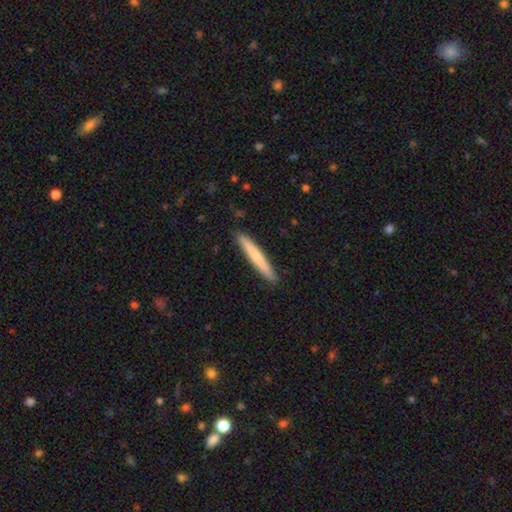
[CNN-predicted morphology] Smooth or featured: smooth — 64% (featured or disk — 31%)
How rounded: cigar-shaped — 96% (in between — 3%)
Merging: none — 92% (minor disturbance — 6%)